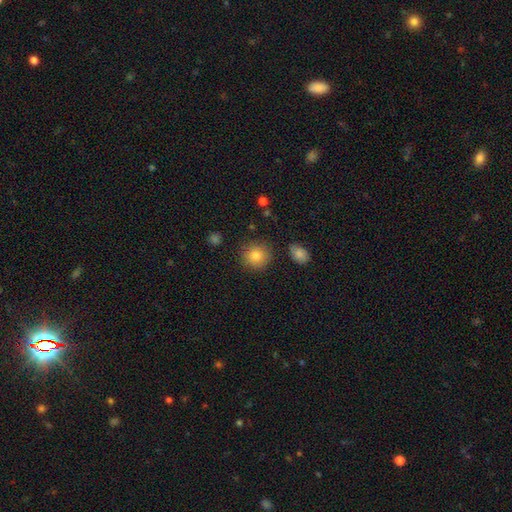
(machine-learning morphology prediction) A smooth galaxy with no disk features (84%) that is round (91%). Merging: none (87%).